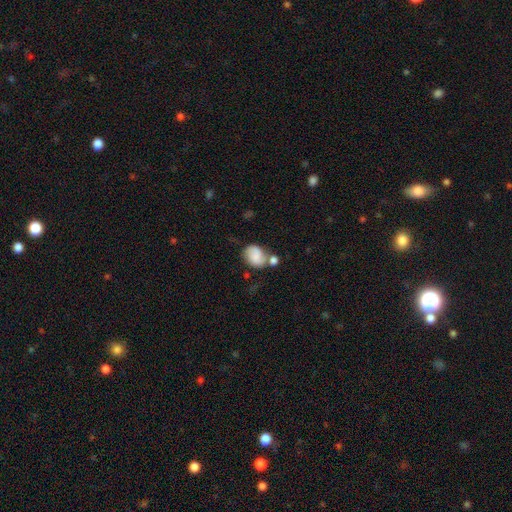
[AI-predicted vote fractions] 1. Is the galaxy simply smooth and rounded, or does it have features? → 71% smooth, 20% featured or disk, 9% star or artifact.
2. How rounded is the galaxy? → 61% in between, 38% round, 1% cigar-shaped.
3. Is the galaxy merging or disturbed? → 40% none, 30% merger, 21% minor disturbance, 9% major disturbance.